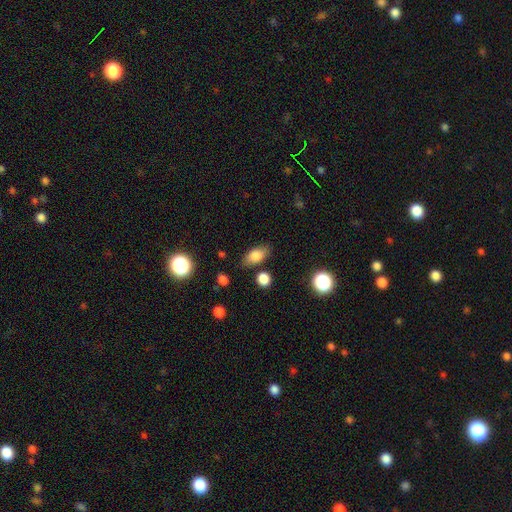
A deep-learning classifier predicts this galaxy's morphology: type=smooth (80%); roundness=in between (85%); merging=none (80%).